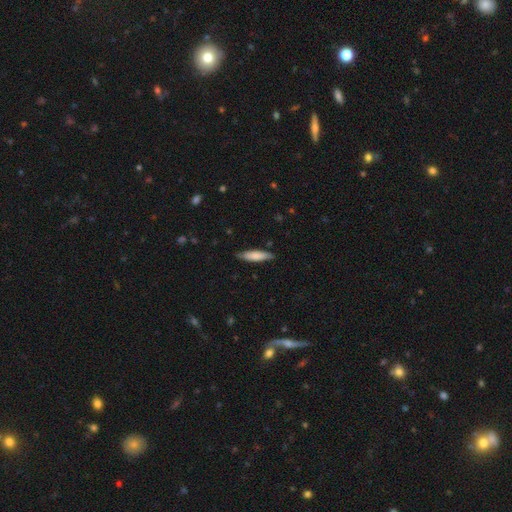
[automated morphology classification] Smooth or featured? Predicted: smooth (p=0.76). How rounded? Predicted: cigar-shaped (p=0.75). Merging? Predicted: none (p=0.84).